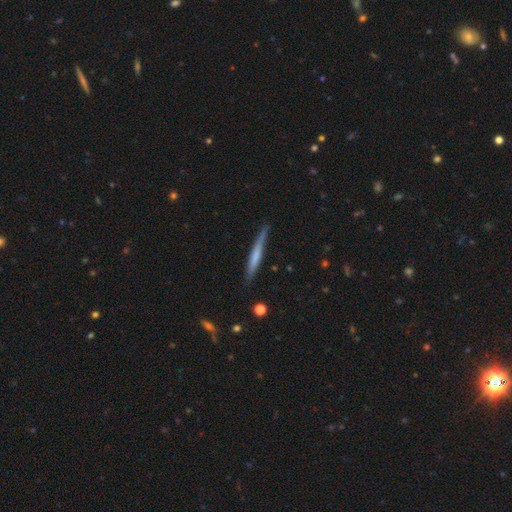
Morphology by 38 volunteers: smooth-or-featured: smooth: 53% | featured or disk: 45% | star or artifact: 3%
  how-rounded: cigar-shaped: 100% | round: 0% | in between: 0%
  merging: none: 78% | minor disturbance: 16% | major disturbance: 5% | merger: 0%